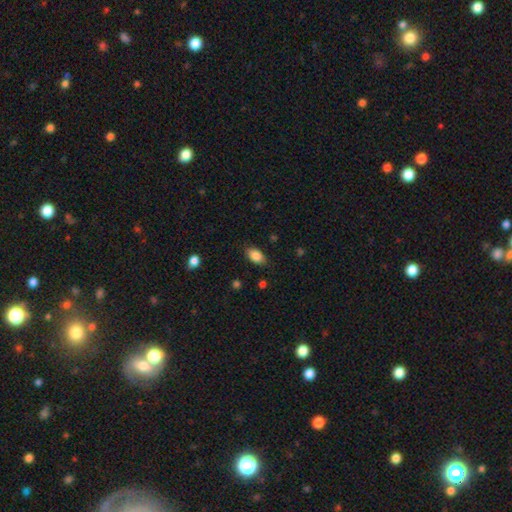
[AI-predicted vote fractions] smooth-or-featured: smooth: 85% | star or artifact: 8% | featured or disk: 7%
  how-rounded: in between: 90% | round: 7% | cigar-shaped: 3%
  merging: none: 84% | minor disturbance: 12% | major disturbance: 3% | merger: 1%